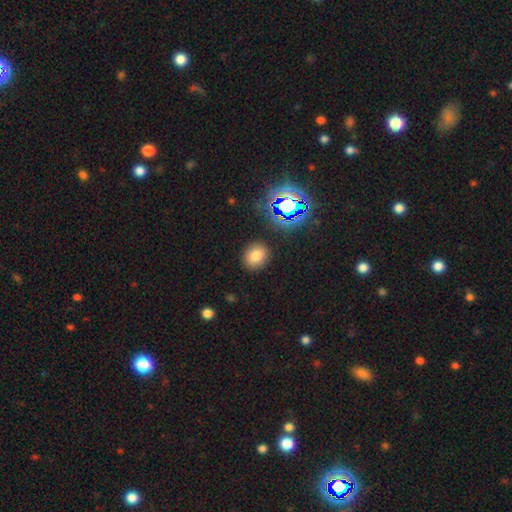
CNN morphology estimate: Smooth or featured?
  - smooth: 75% *
  - star or artifact: 17%
  - featured or disk: 8%
How rounded?
  - round: 63% *
  - in between: 36%
  - cigar-shaped: 1%
Merging?
  - none: 88% *
  - minor disturbance: 8%
  - major disturbance: 3%
  - merger: 2%